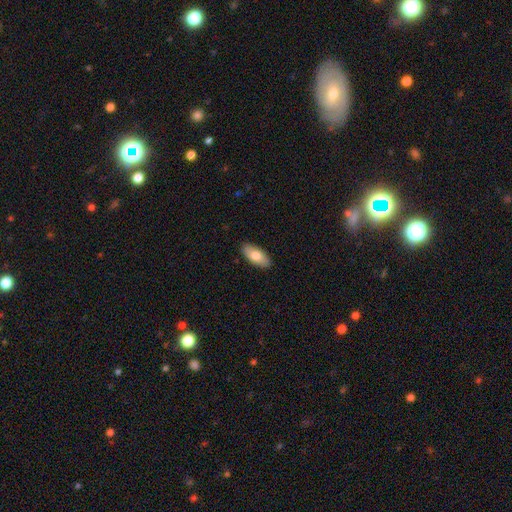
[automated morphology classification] Q: Smooth or featured?
A: smooth (77%); runner-up: featured or disk (17%)
Q: How rounded?
A: in between (89%); runner-up: cigar-shaped (9%)
Q: Merging?
A: none (89%); runner-up: minor disturbance (9%)